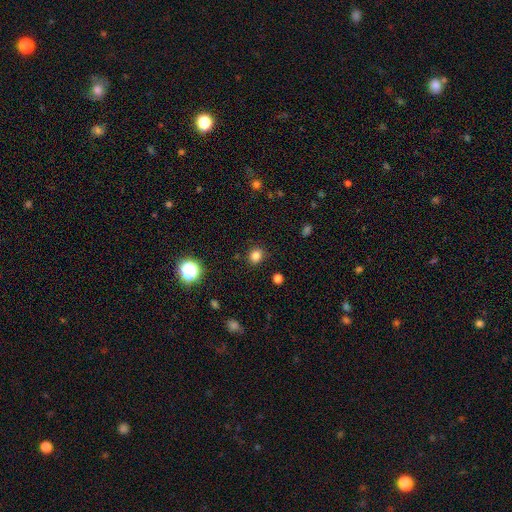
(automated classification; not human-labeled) Smooth or featured: smooth — 81% (star or artifact — 14%)
How rounded: round — 75% (in between — 24%)
Merging: none — 87% (minor disturbance — 9%)